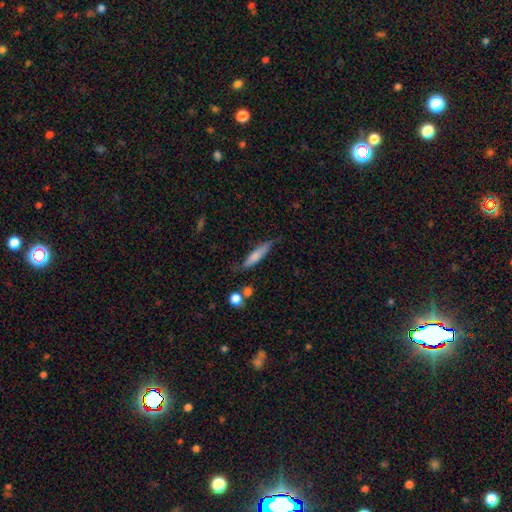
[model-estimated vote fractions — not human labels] Smooth or featured? smooth (66%)
How rounded? cigar-shaped (82%)
Merging? none (67%)